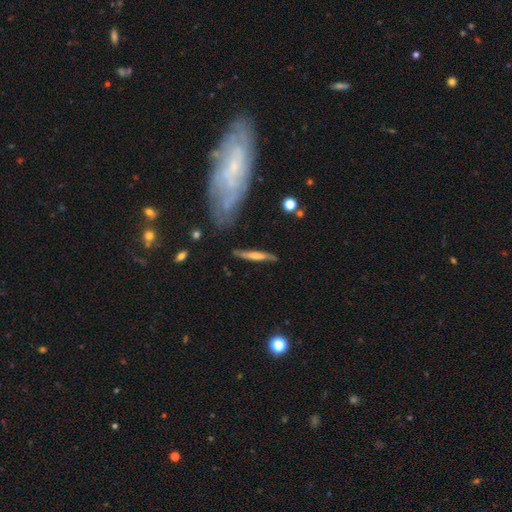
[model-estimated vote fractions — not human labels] smooth-or-featured: smooth: 51% | featured or disk: 43% | star or artifact: 6%
  how-rounded: cigar-shaped: 92% | in between: 6% | round: 2%
  merging: none: 77% | minor disturbance: 16% | major disturbance: 4% | merger: 3%